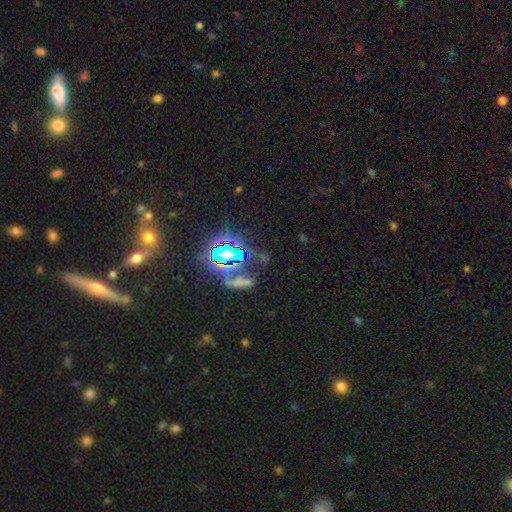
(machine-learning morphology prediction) Smooth or featured? Predicted: star or artifact (p=0.73).